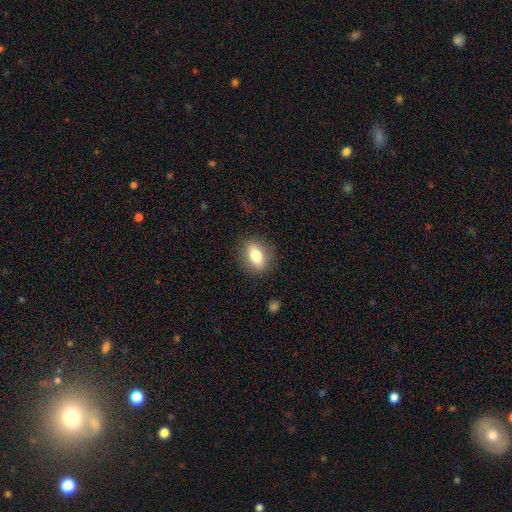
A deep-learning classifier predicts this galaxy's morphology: A smooth galaxy with no disk features (74%) that is in between round and cigar-shaped (74%).

Vote fractions:
- Smooth or featured? smooth: 74% / featured or disk: 18% / star or artifact: 8%
- How rounded? in between: 74% / round: 20% / cigar-shaped: 6%
- Merging? none: 86% / minor disturbance: 10% / major disturbance: 3% / merger: 1%